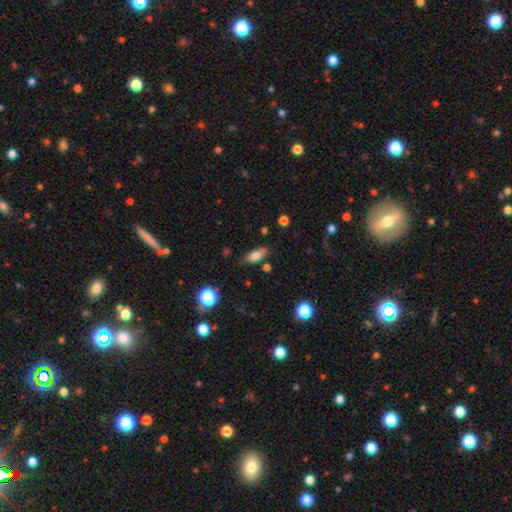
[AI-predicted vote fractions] The model was most divided on "merging": none: 74%, minor disturbance: 18%, major disturbance: 4%, merger: 4%. More confident: how rounded — in between (80%); smooth or featured — smooth (76%).